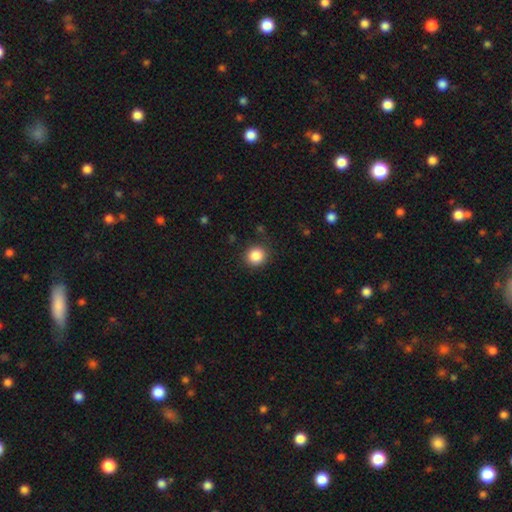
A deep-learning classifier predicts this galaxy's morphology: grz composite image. It shows a smooth galaxy with no disk features (86%) that is round (89%). Merging: none (87%).